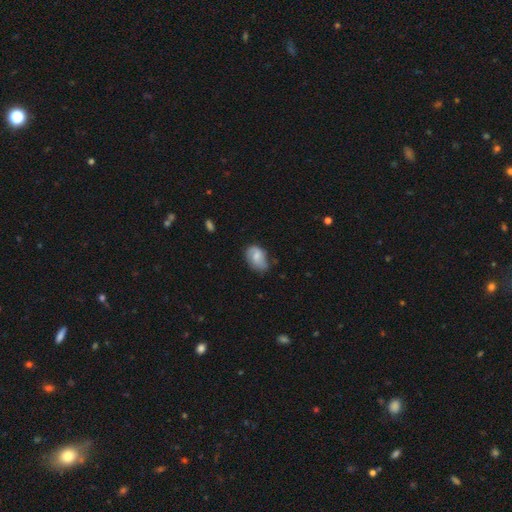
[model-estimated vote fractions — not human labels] A smooth galaxy with no disk features (60%) that is in between round and cigar-shaped (84%). Merging: none (54%).